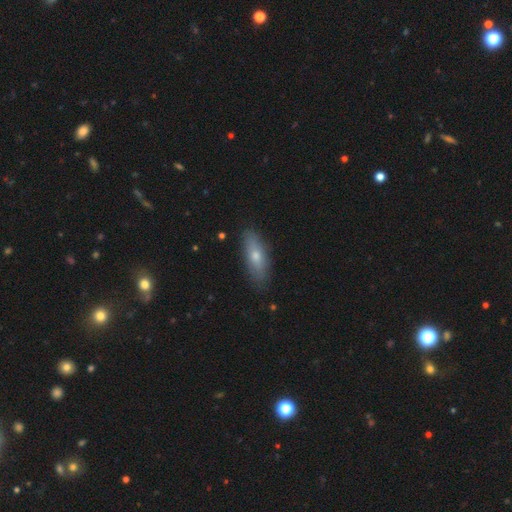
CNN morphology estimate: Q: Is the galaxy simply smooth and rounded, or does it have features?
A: smooth — 63%.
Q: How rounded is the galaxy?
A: in between — 59%.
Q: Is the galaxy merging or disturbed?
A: none — 82%.